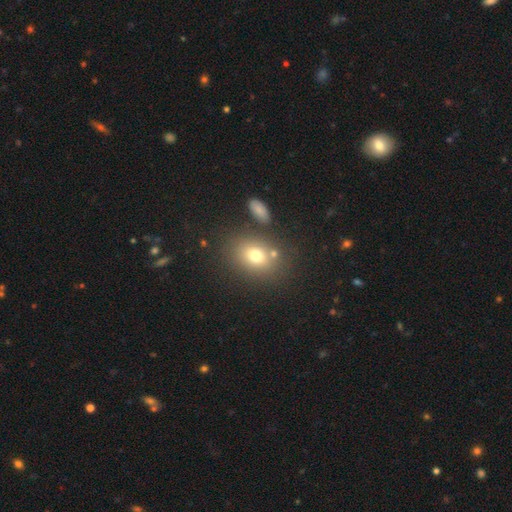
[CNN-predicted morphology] The model was most divided on "how rounded": in between: 56%, round: 42%, cigar-shaped: 1%. More confident: smooth or featured — smooth (72%); merging — none (72%).